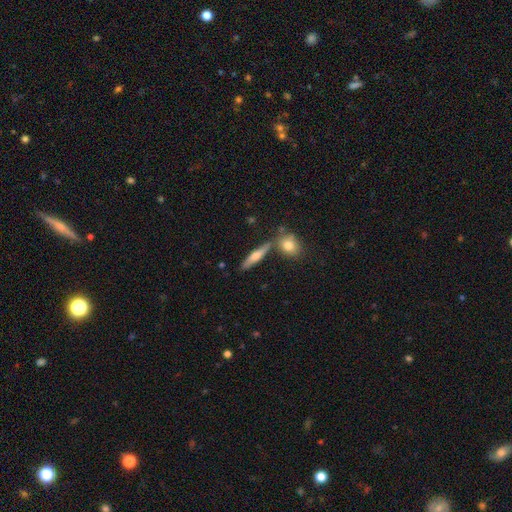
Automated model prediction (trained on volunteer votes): The model was most divided on "smooth or featured": smooth: 55%, featured or disk: 38%, star or artifact: 7%. More confident: how rounded — cigar-shaped (76%); merging — none (73%).